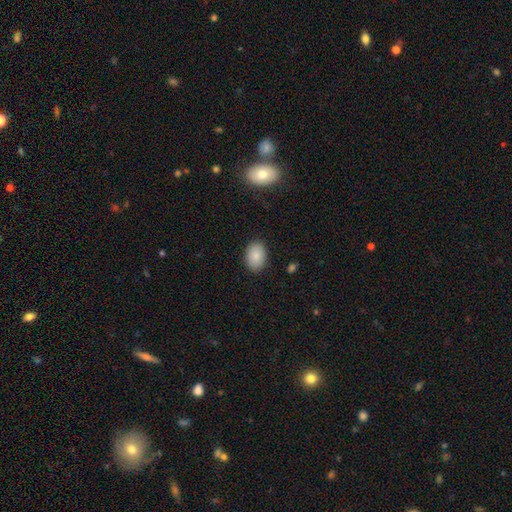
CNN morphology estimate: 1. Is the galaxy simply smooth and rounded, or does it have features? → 86% smooth, 8% star or artifact, 7% featured or disk.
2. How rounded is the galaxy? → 83% in between, 16% round, 1% cigar-shaped.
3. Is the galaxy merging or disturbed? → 87% none, 10% minor disturbance, 2% major disturbance, 1% merger.